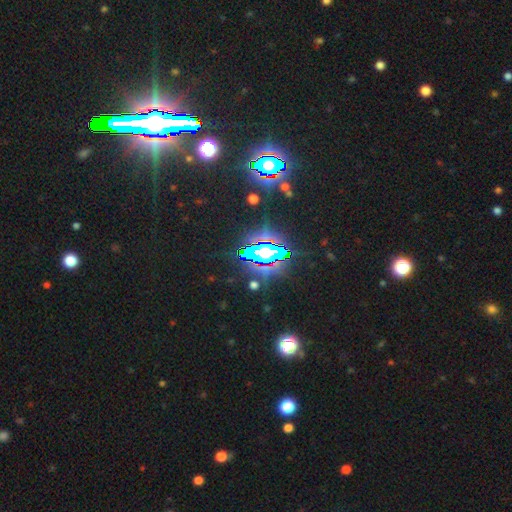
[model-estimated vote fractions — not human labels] smooth_or_featured: star or artifact (p=0.74) [alt: smooth p=0.15]